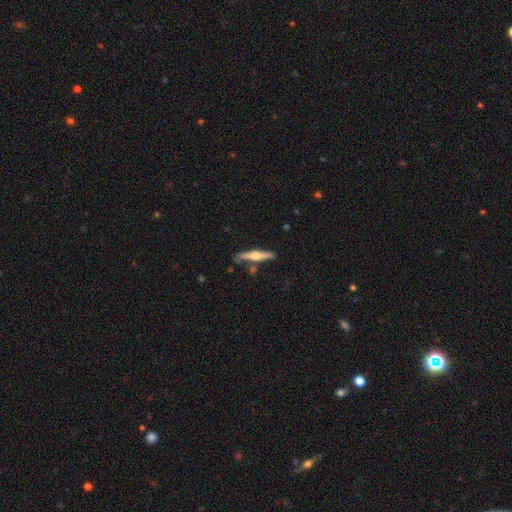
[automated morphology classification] type=featured or disk (63%); edge-on=yes (97%); edge-on bulge=rounded (90%); merging=none (80%).